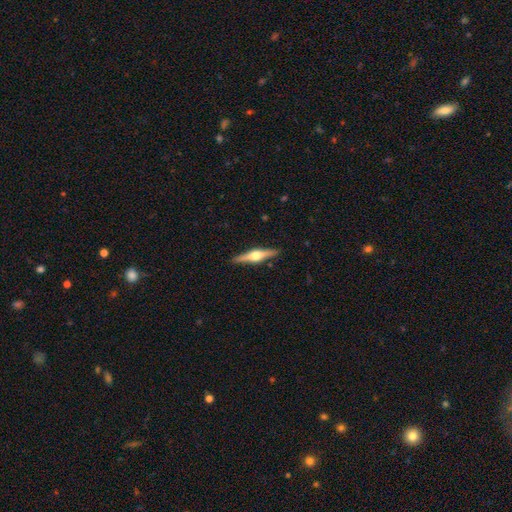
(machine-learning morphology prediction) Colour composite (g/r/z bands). It shows a featured or disk galaxy (74%) viewed edge-on (98%) with a rounded central bulge (95%). Merging: none (91%).